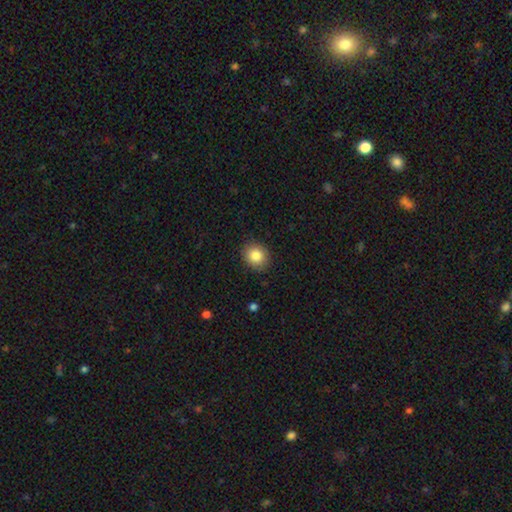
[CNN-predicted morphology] The model was most divided on "how rounded": round: 72%, in between: 28%, cigar-shaped: 1%. More confident: merging — none (88%); smooth or featured — smooth (84%).